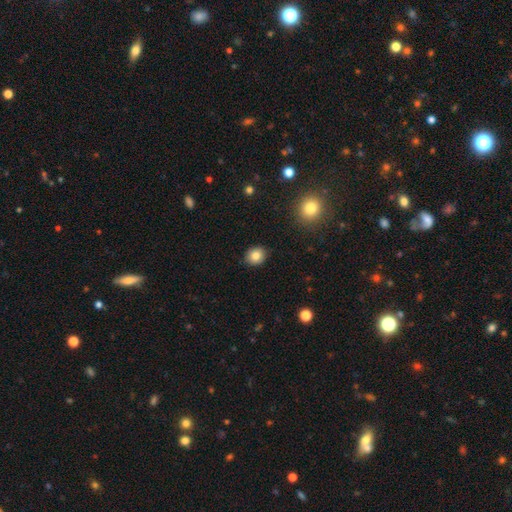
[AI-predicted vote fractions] This appears to be a smooth galaxy with no disk features (84%) that is round (76%). Merging: none (89%).